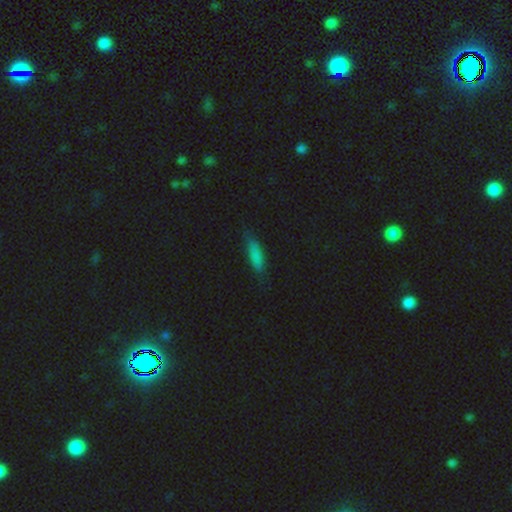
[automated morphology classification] The model was most divided on "how rounded": cigar-shaped: 51%, in between: 47%, round: 2%. More confident: smooth or featured — smooth (81%); merging — none (72%).